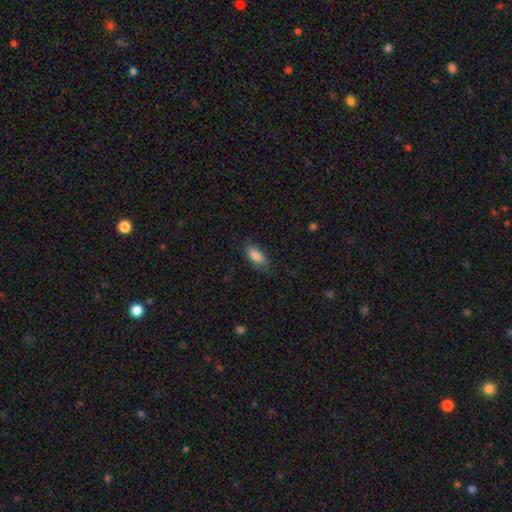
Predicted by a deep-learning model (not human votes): smooth-or-featured: smooth: 88% | star or artifact: 7% | featured or disk: 5%
  how-rounded: in between: 87% | cigar-shaped: 11% | round: 2%
  merging: none: 80% | minor disturbance: 15% | major disturbance: 4% | merger: 1%